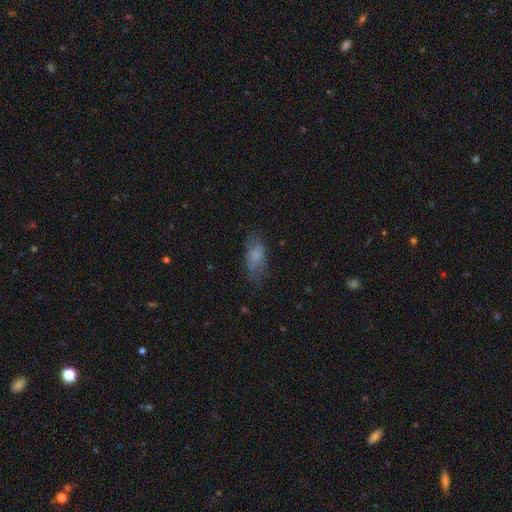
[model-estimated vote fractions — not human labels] Smooth or featured? smooth (72%)
How rounded? in between (79%)
Merging? none (64%)